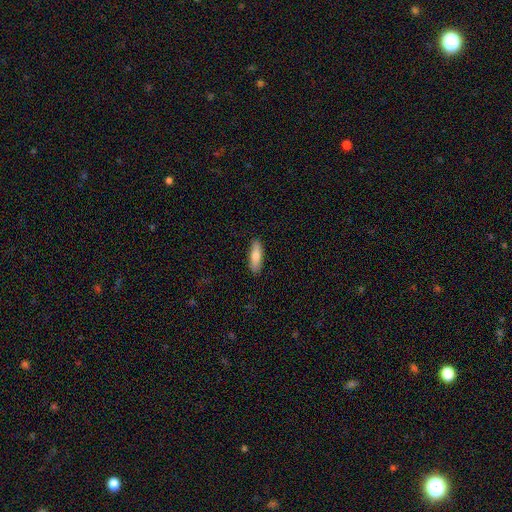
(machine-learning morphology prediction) Smooth or featured: smooth — 76% (featured or disk — 18%)
How rounded: cigar-shaped — 49% (tied with in between — 49%)
Merging: none — 88% (minor disturbance — 9%)